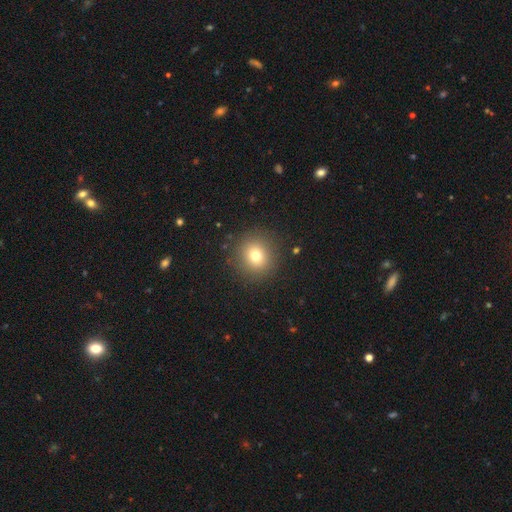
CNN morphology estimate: Q: Smooth or featured?
A: smooth (75%); runner-up: star or artifact (14%)
Q: How rounded?
A: round (90%); runner-up: in between (9%)
Q: Merging?
A: none (89%); runner-up: minor disturbance (6%)